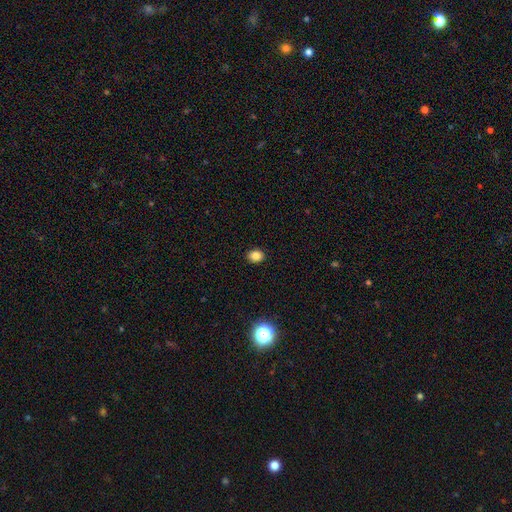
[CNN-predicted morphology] Smooth or featured?
  - smooth: 83% *
  - star or artifact: 12%
  - featured or disk: 5%
How rounded?
  - round: 60% *
  - in between: 39%
  - cigar-shaped: 1%
Merging?
  - none: 91% *
  - minor disturbance: 6%
  - major disturbance: 2%
  - merger: 1%